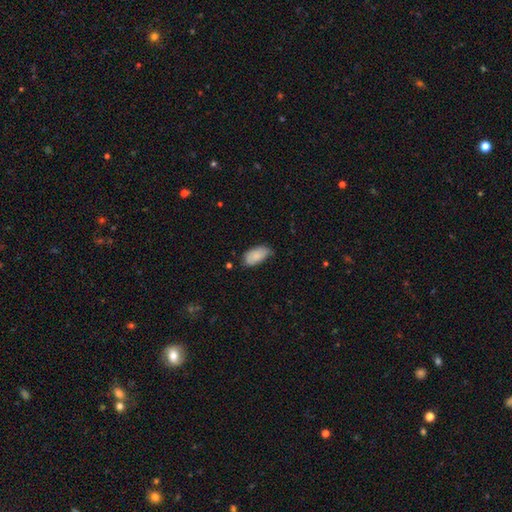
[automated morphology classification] Q: Smooth or featured?
A: smooth (84%); runner-up: featured or disk (10%)
Q: How rounded?
A: in between (94%); runner-up: cigar-shaped (3%)
Q: Merging?
A: none (53%); runner-up: minor disturbance (38%)